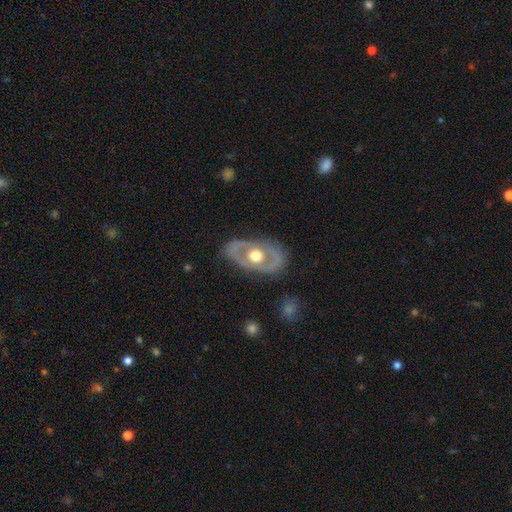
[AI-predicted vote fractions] smooth-or-featured: featured or disk: 67% | smooth: 28% | star or artifact: 5%
  disk-edge-on: no: 89% | yes: 11%
    bar: no: 88% | weak: 9% | strong: 3%
    has-spiral-arms: no: 78% | yes: 22%
    bulge-size: moderate: 58% | large: 36% | small: 3% | dominant: 2% | none: 1%
  merging: none: 78% | minor disturbance: 14% | major disturbance: 6% | merger: 1%